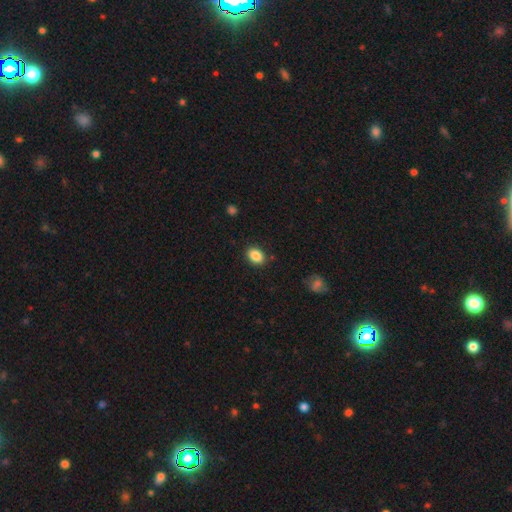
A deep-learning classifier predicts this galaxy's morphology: Overall: smooth (87%). How rounded: in between (70%). Merging: none (87%).